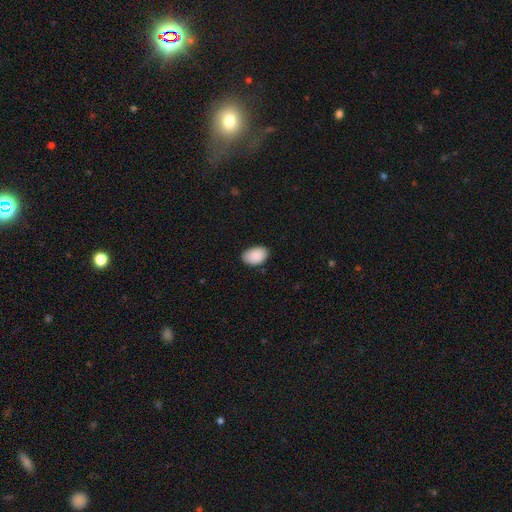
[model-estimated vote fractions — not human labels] A smooth galaxy with no disk features (90%) that is in between round and cigar-shaped (90%). Merging: none (82%).